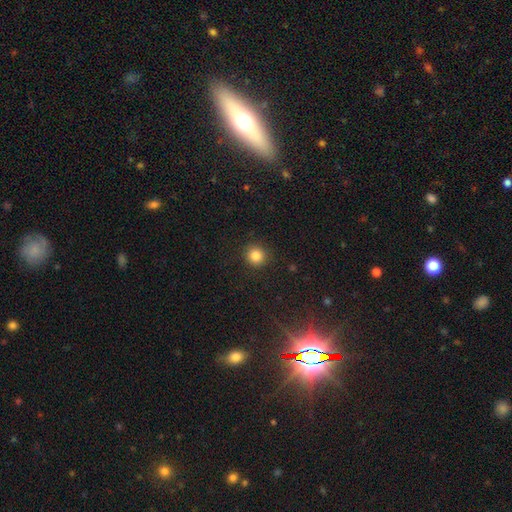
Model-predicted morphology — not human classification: Smooth or featured: smooth — 84% (star or artifact — 11%)
How rounded: round — 92% (in between — 7%)
Merging: none — 91% (minor disturbance — 6%)